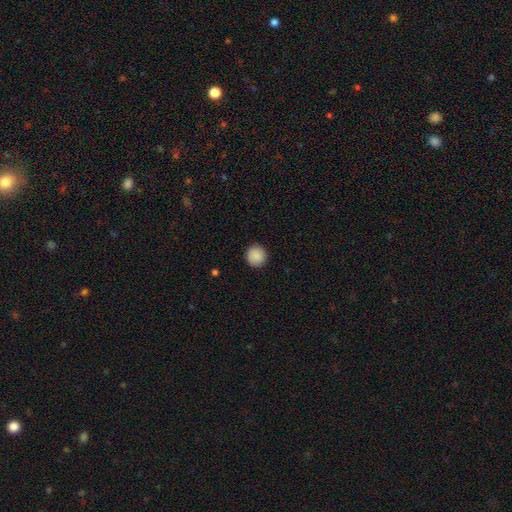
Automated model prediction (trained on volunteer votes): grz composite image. It shows a smooth galaxy with no disk features (89%) that is round (94%). Merging: none (92%).